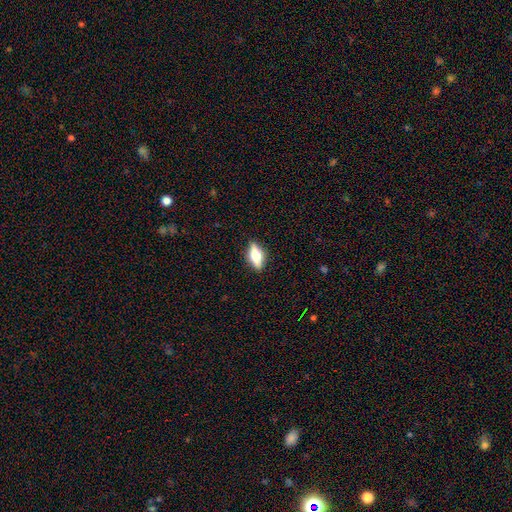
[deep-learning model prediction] Smooth or featured? Predicted: smooth (p=0.55). How rounded? Predicted: in between (p=0.74). Merging? Predicted: none (p=0.87).